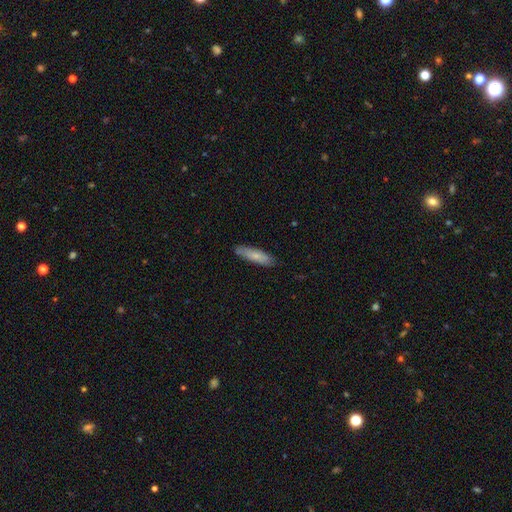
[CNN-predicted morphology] This is likely a smooth galaxy (74%). How rounded: likely cigar-shaped (69%). Merging: clearly none (83%).